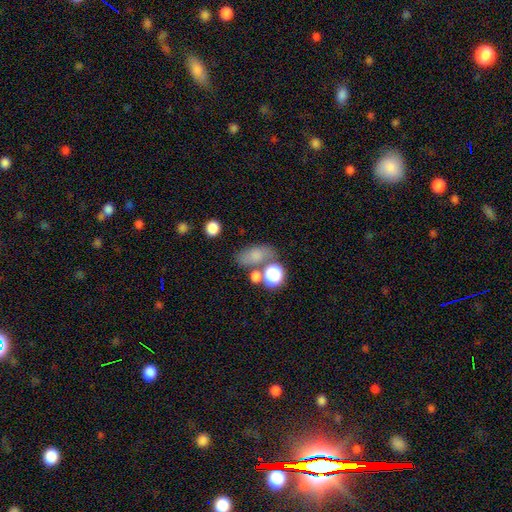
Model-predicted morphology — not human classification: type=smooth (70%); roundness=in between (76%); merging=none (52%).